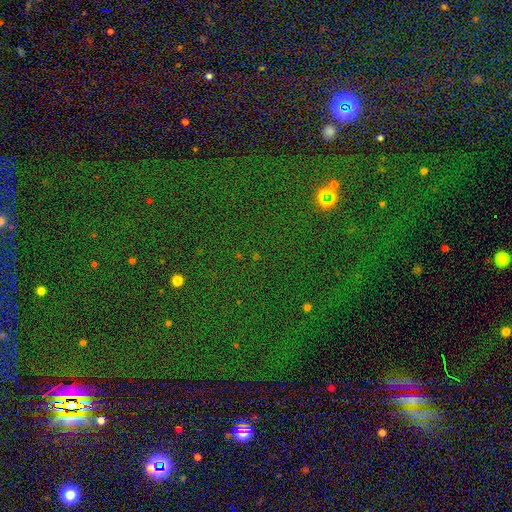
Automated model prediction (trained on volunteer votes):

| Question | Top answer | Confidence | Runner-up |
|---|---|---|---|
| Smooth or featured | star or artifact | 81% | smooth (11%) |